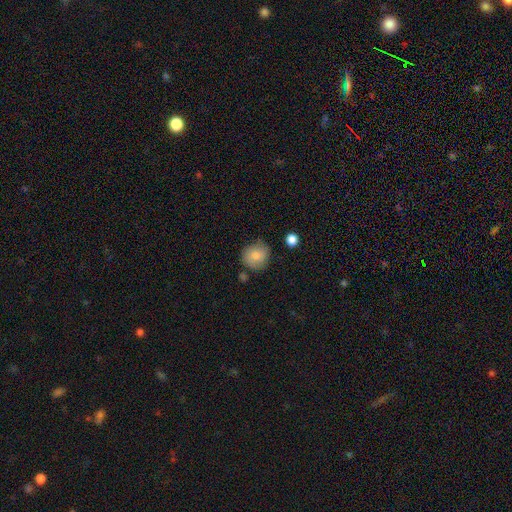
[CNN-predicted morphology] Q: Smooth or featured?
A: smooth (76%); runner-up: featured or disk (16%)
Q: How rounded?
A: round (87%); runner-up: in between (12%)
Q: Merging?
A: none (76%); runner-up: minor disturbance (17%)